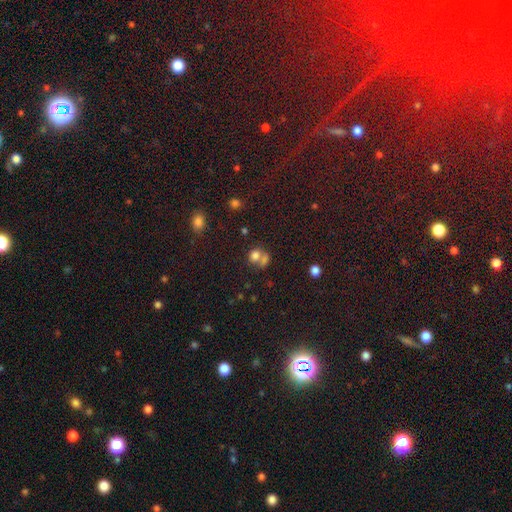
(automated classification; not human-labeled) Morphology: type=smooth (73%); roundness=round (62%); merging=merger (52%).